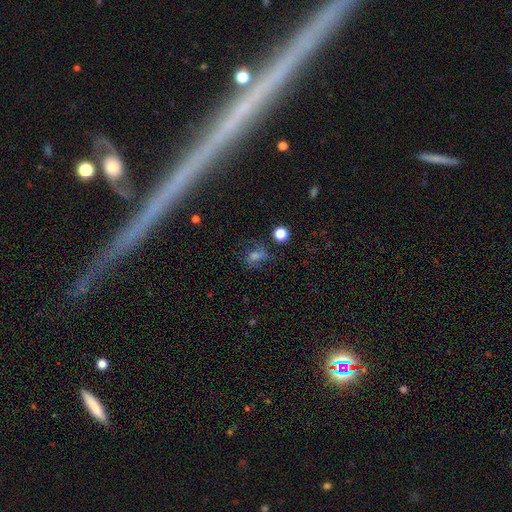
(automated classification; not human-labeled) This appears to be a smooth galaxy with no disk features (58%) that is in between round and cigar-shaped (63%). Merging: none (51%).